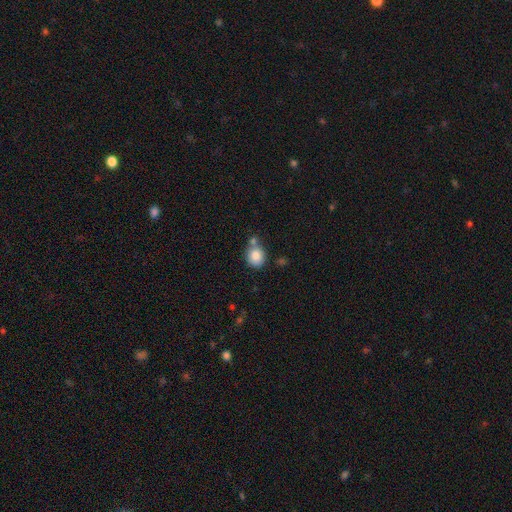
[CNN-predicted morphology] The model was most divided on "merging": none: 57%, merger: 24%, minor disturbance: 15%, major disturbance: 4%. More confident: smooth or featured — smooth (83%); how rounded — round (73%).